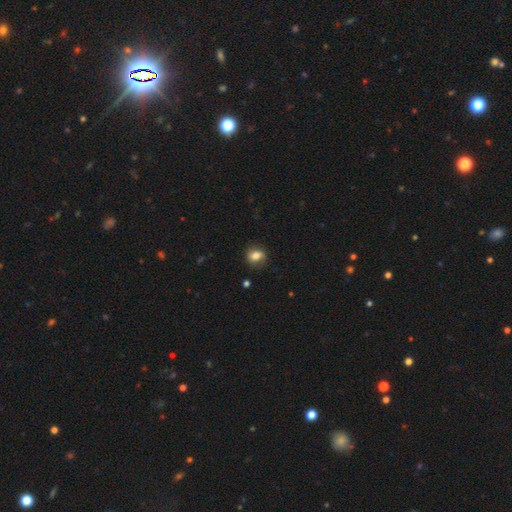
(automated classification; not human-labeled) Smooth or featured? smooth (72%)
How rounded? round (57%)
Merging? none (79%)